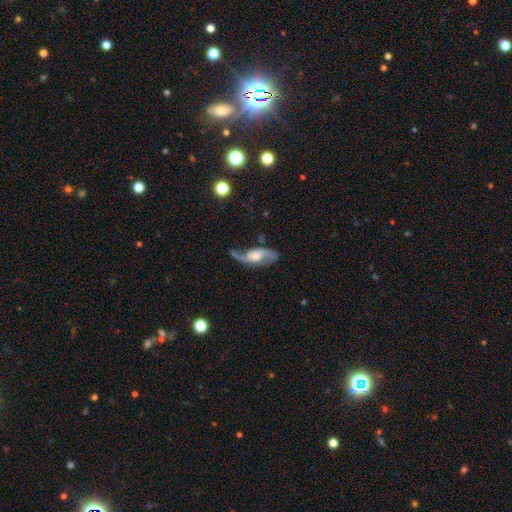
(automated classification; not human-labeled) Smooth or featured?
  - featured or disk: 81% *
  - smooth: 13%
  - star or artifact: 6%
Edge-on disk?
  - no: 91% *
  - yes: 9%
Bar?
  - no: 52% *
  - weak: 38%
  - strong: 10%
Spiral arms?
  - yes: 94% *
  - no: 6%
Spiral winding?
  - loose: 56% *
  - medium: 35%
  - tight: 9%
Spiral arm count?
  - 2: 88% *
  - 1: 5%
  - can't tell: 4%
  - 3: 1%
  - 4: 1%
  - more than 4: 1%
Bulge size?
  - large: 36% * (tied)
  - moderate: 36% * (tied)
  - small: 13%
  - none: 11%
  - dominant: 4%
Merging?
  - none: 61% *
  - minor disturbance: 21%
  - major disturbance: 14%
  - merger: 3%